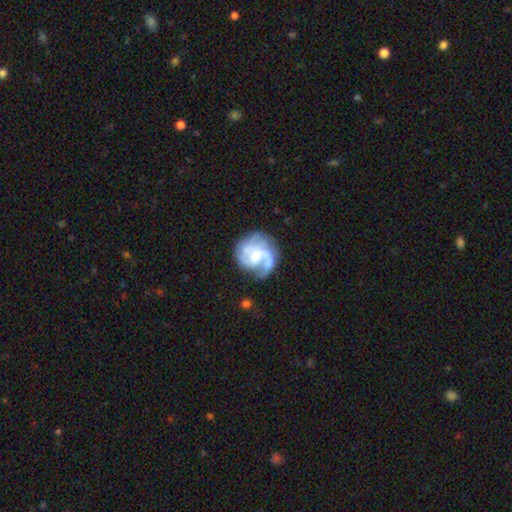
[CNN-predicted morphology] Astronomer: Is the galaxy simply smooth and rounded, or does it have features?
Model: featured or disk — 79%.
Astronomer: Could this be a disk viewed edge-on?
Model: no — 98%.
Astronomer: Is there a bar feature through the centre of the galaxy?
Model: no — 55% (runner-up: weak, 38%).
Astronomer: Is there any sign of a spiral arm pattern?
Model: yes — 93%.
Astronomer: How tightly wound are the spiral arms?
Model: medium — 45% (runner-up: tight, 30%).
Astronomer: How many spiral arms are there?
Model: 3 — 29%, tied with 2 at 29%.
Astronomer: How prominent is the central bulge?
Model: moderate — 40% (runner-up: small, 39%).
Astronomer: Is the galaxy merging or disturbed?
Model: none — 60%.